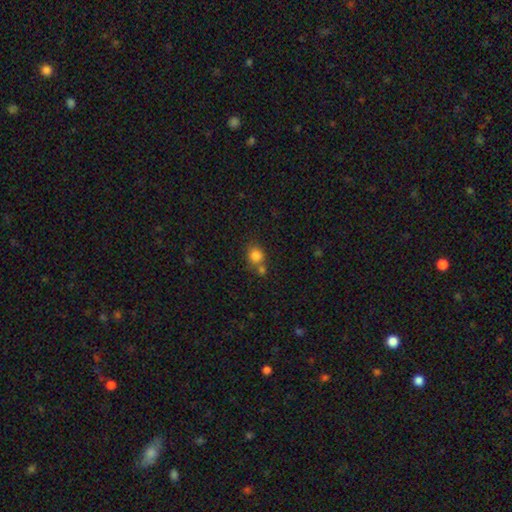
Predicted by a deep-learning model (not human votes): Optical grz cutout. It shows a smooth galaxy with no disk features (83%) that is round (77%). Merging: none (55%).